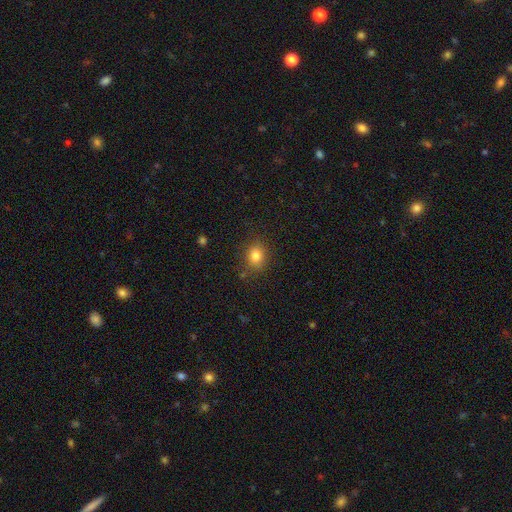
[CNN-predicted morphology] Smooth or featured?
  - smooth: 82% *
  - star or artifact: 12%
  - featured or disk: 6%
How rounded?
  - round: 64% *
  - in between: 35%
  - cigar-shaped: 1%
Merging?
  - none: 83% *
  - minor disturbance: 12%
  - major disturbance: 3%
  - merger: 2%